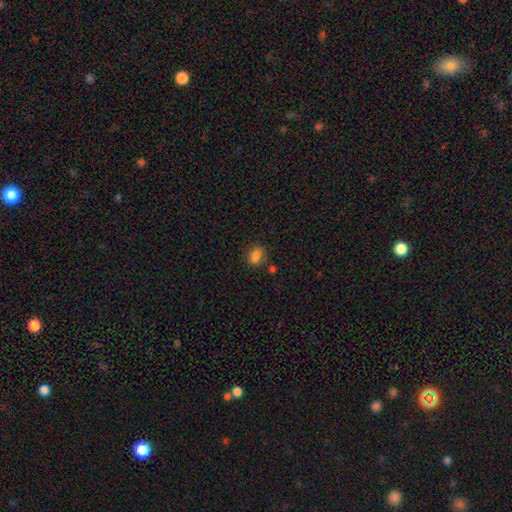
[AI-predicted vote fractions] Smooth or featured?
  - smooth: 83% *
  - star or artifact: 12%
  - featured or disk: 5%
How rounded?
  - in between: 79% *
  - round: 17%
  - cigar-shaped: 4%
Merging?
  - none: 72% *
  - minor disturbance: 16%
  - merger: 8%
  - major disturbance: 4%